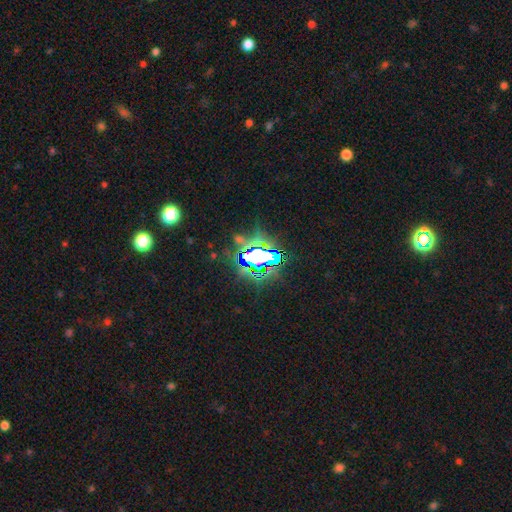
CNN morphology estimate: Smooth or featured?
  - star or artifact: 70% *
  - smooth: 17%
  - featured or disk: 13%